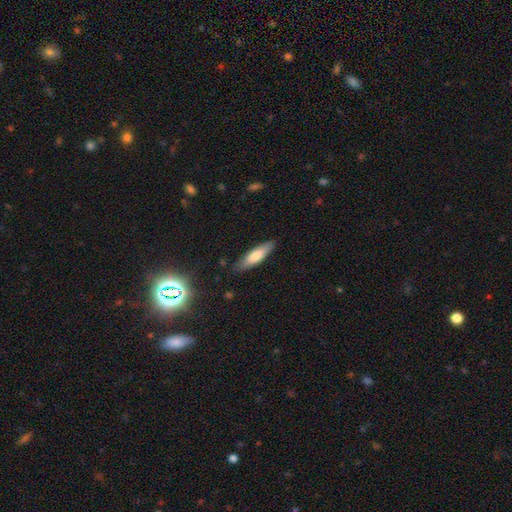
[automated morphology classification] Overall: smooth (75%). How rounded: cigar-shaped (64%; in between 35%). Merging: none (85%).